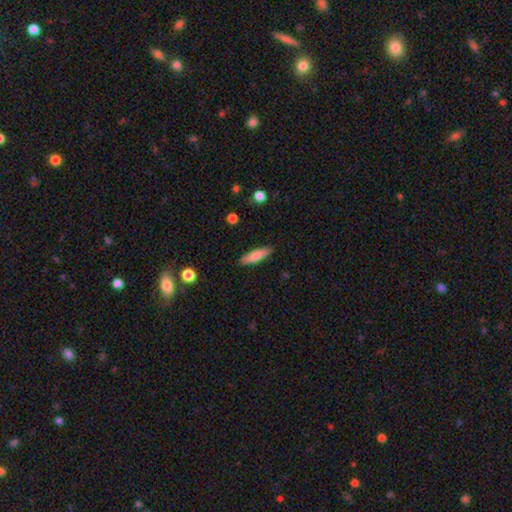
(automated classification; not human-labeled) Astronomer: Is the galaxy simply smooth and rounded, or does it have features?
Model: smooth — 77%.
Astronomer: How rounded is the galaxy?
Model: cigar-shaped — 64%.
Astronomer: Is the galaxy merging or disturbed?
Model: none — 87%.